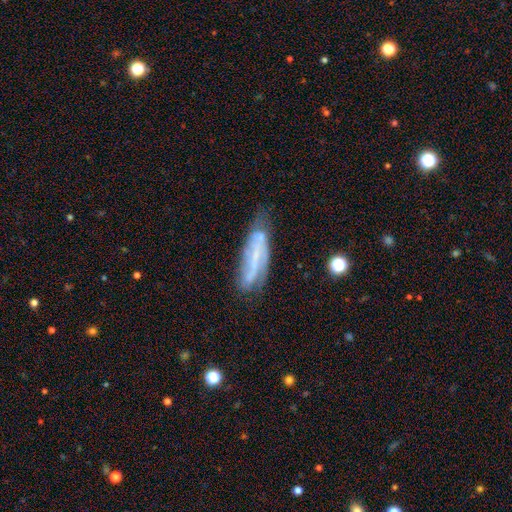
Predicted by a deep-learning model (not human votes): Smooth or featured? Predicted: featured or disk (p=0.66). Edge-on disk? Predicted: no (p=0.75). Bar? Predicted: strong (p=0.34). Spiral arms? Predicted: yes (p=0.73). Bulge size? Predicted: small (p=0.54). Merging? Predicted: none (p=0.51).